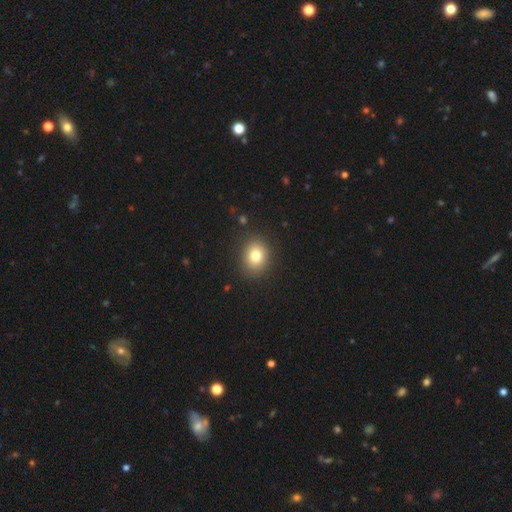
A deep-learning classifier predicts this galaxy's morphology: This appears to be a smooth galaxy with no disk features (79%) that is round (64%). Merging: none (88%).